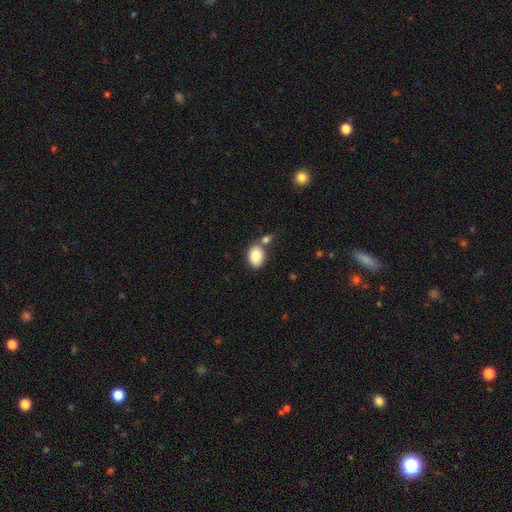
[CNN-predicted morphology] A smooth galaxy with no disk features (84%) that is in between round and cigar-shaped (77%). Merging: none (59%).